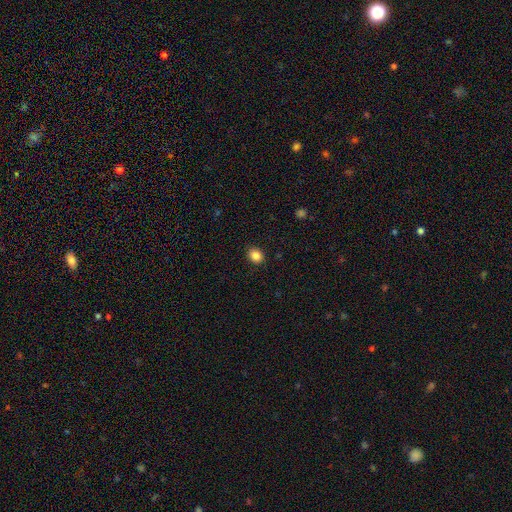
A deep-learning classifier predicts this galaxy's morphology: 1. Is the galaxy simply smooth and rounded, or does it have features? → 86% smooth, 10% star or artifact, 4% featured or disk.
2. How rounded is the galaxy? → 66% round, 33% in between, 1% cigar-shaped.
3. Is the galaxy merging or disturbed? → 90% none, 7% minor disturbance, 2% major disturbance, 1% merger.